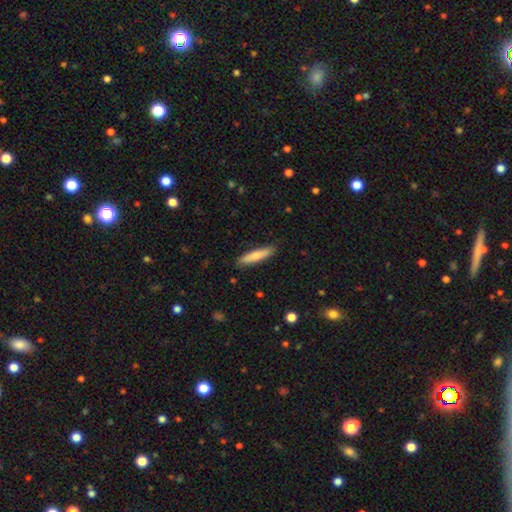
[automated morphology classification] Overall: smooth (72%). How rounded: cigar-shaped (84%). Merging: none (88%).